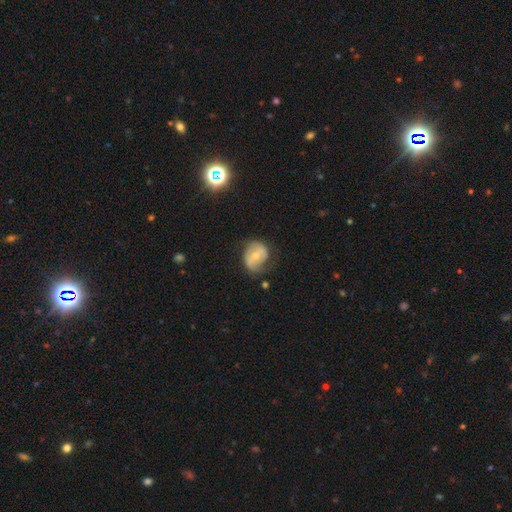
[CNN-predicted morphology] smooth-or-featured: featured or disk: 56% | smooth: 38% | star or artifact: 7%
  disk-edge-on: no: 96% | yes: 4%
    bar: weak: 42% | no: 34% | strong: 23%
    has-spiral-arms: yes: 67% | no: 33%
    bulge-size: moderate: 54% | small: 40% | large: 2% | none: 2% | dominant: 1%
  merging: none: 56% | minor disturbance: 27% | major disturbance: 15% | merger: 2%